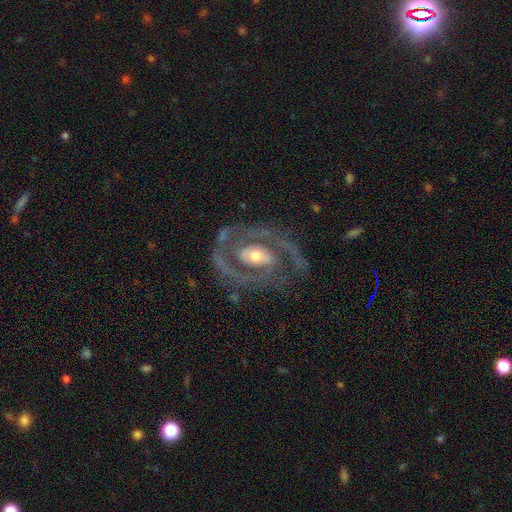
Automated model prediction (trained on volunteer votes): Smooth or featured?
  - featured or disk: 88% *
  - star or artifact: 6%
  - smooth: 6%
Edge-on disk?
  - no: 96% *
  - yes: 4%
Bar?
  - weak: 38% *
  - strong: 33%
  - no: 30%
Spiral arms?
  - yes: 92% *
  - no: 8%
Spiral winding?
  - medium: 49% *
  - tight: 40%
  - loose: 11%
Spiral arm count?
  - 2: 87% *
  - can't tell: 5%
  - 3: 3%
  - 1: 3%
  - 4: 1%
  - more than 4: 1%
Bulge size?
  - moderate: 60% *
  - small: 27%
  - large: 10%
  - none: 2%
  - dominant: 1%
Merging?
  - none: 78% *
  - minor disturbance: 13%
  - major disturbance: 7%
  - merger: 2%